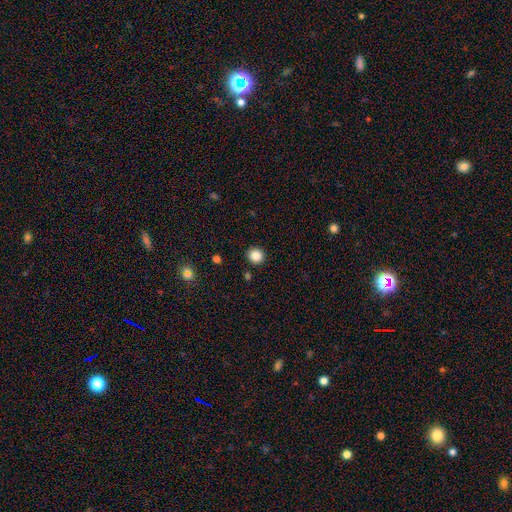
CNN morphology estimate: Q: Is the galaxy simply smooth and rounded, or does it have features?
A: smooth — 86%.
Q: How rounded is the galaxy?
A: round — 92%.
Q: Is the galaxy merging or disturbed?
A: none — 91%.